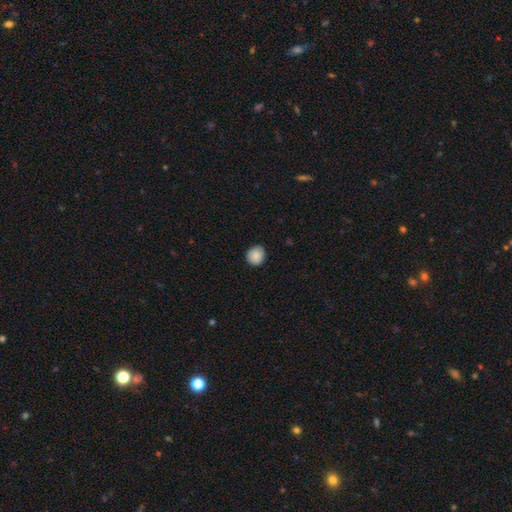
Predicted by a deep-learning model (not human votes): Smooth or featured? Predicted: smooth (p=0.87). How rounded? Predicted: round (p=0.83). Merging? Predicted: none (p=0.84).